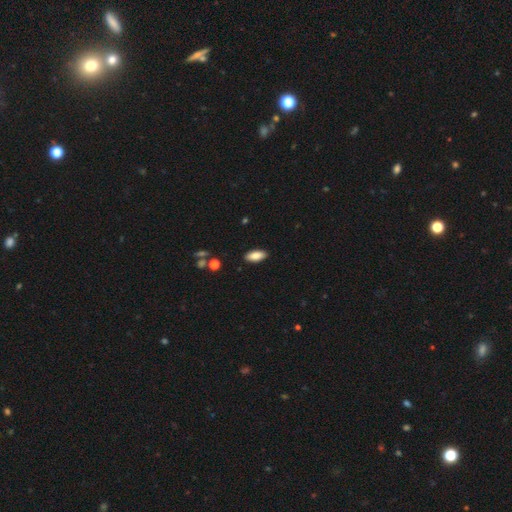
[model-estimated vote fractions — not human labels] smooth_or_featured: smooth (p=0.84) [alt: featured or disk p=0.09]
how_rounded: in between (p=0.87) [alt: cigar-shaped p=0.11]
merging: none (p=0.89) [alt: minor disturbance p=0.08]